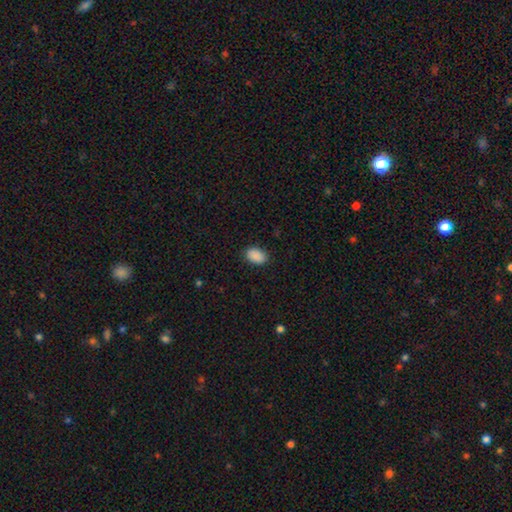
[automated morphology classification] Q: Smooth or featured?
A: smooth (90%); runner-up: star or artifact (7%)
Q: How rounded?
A: in between (87%); runner-up: round (12%)
Q: Merging?
A: none (88%); runner-up: minor disturbance (9%)